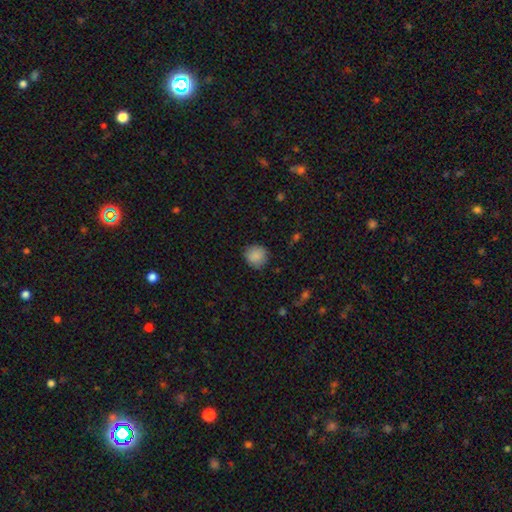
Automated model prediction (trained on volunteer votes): A smooth galaxy with no disk features (88%) that is round (92%). Merging: none (87%).